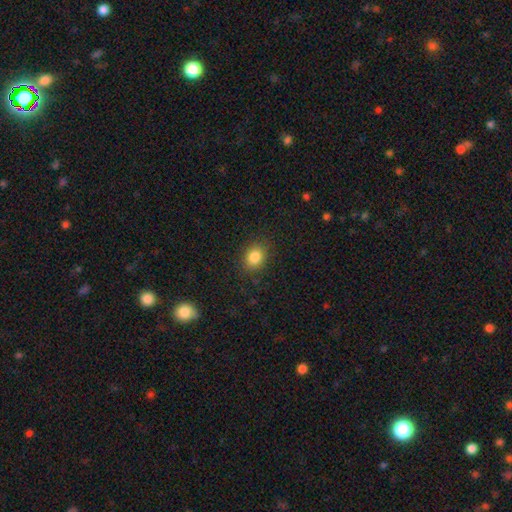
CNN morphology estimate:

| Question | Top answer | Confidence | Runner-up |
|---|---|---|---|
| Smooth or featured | smooth | 84% | star or artifact (11%) |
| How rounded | round | 51% | in between (48%) |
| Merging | none | 88% | minor disturbance (8%) |